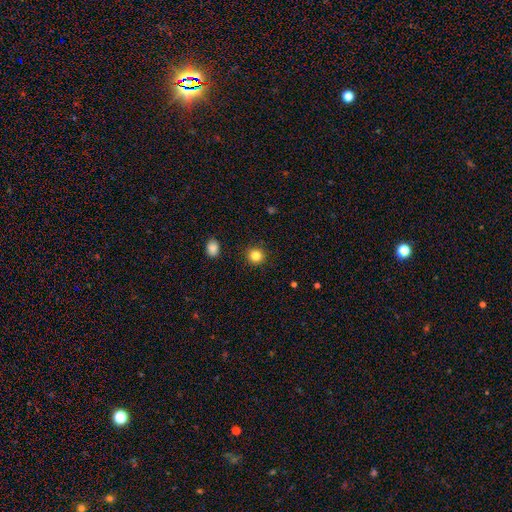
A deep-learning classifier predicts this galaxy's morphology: smooth 83%, star or artifact 12%, featured or disk 5%. Down the decision tree: how rounded — round (92%); merging — none (91%).